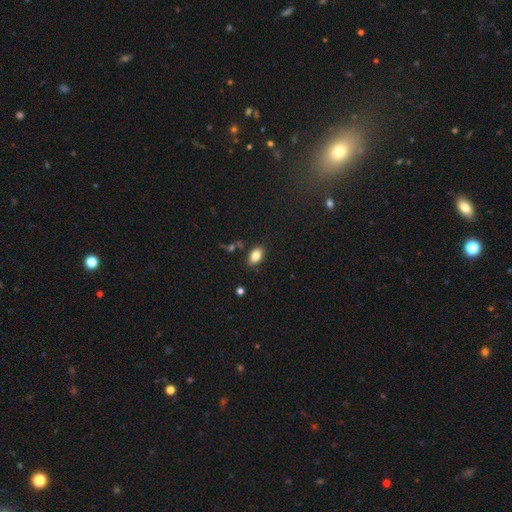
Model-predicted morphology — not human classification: A smooth galaxy with no disk features (83%) that is in between round and cigar-shaped (90%).

Vote fractions:
- Smooth or featured? smooth: 83% / featured or disk: 9% / star or artifact: 9%
- How rounded? in between: 90% / round: 8% / cigar-shaped: 3%
- Merging? none: 83% / minor disturbance: 11% / merger: 3% / major disturbance: 3%